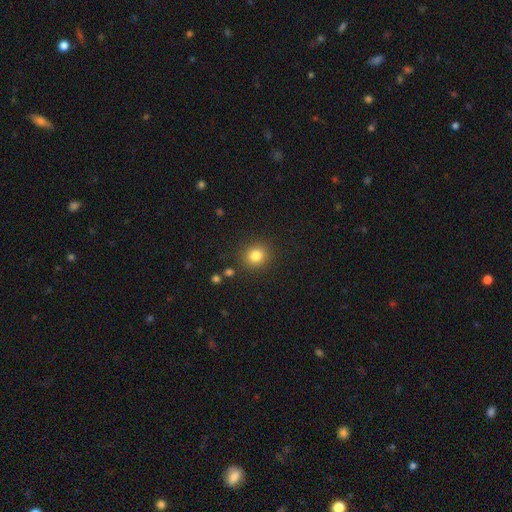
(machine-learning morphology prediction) Smooth or featured? smooth (82%)
How rounded? round (84%)
Merging? none (88%)